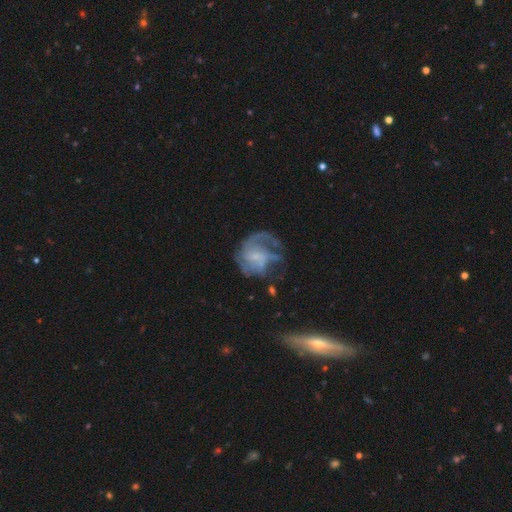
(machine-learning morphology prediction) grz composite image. It shows a featured or disk galaxy (70%) with no bar (57%), medium (40%) spiral arms (74%) and a small central bulge (43%). Merging: major disturbance (39%).